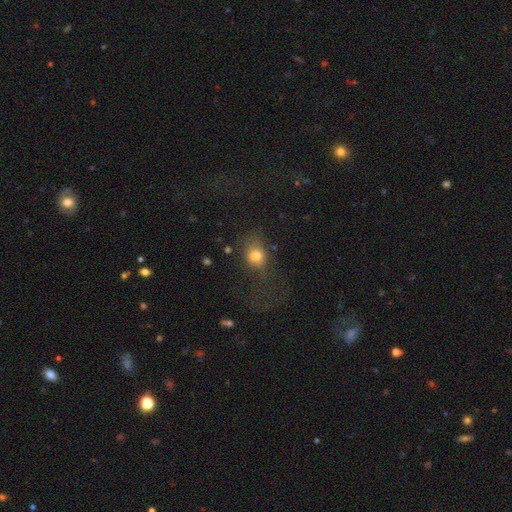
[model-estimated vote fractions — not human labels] Smooth or featured?
  - smooth: 74% *
  - star or artifact: 14%
  - featured or disk: 12%
How rounded?
  - round: 51% *
  - in between: 46%
  - cigar-shaped: 3%
Merging?
  - none: 41% *
  - major disturbance: 34%
  - minor disturbance: 20%
  - merger: 5%